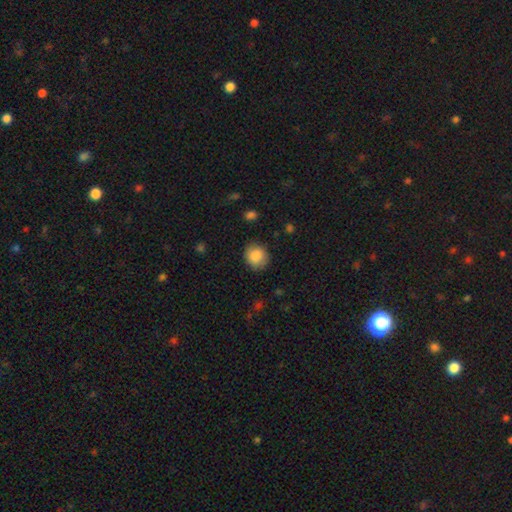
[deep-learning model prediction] Smooth or featured? Predicted: smooth (p=0.86). How rounded? Predicted: round (p=0.79). Merging? Predicted: none (p=0.84).